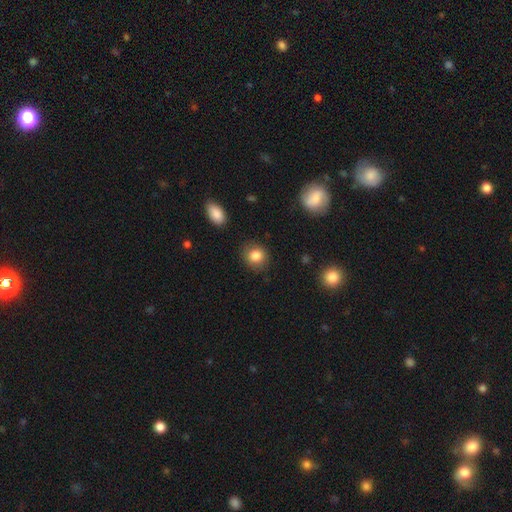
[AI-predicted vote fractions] Smooth or featured?
  - smooth: 85% *
  - star or artifact: 9%
  - featured or disk: 6%
How rounded?
  - round: 79% *
  - in between: 20%
  - cigar-shaped: 1%
Merging?
  - none: 86% *
  - minor disturbance: 10%
  - major disturbance: 3%
  - merger: 2%